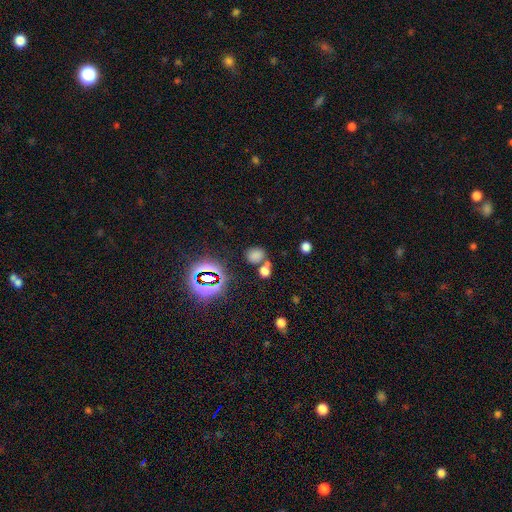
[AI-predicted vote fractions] A smooth galaxy with no disk features (65%) that is round (58%).

Vote fractions:
- Smooth or featured? smooth: 65% / star or artifact: 27% / featured or disk: 7%
- How rounded? round: 58% / in between: 40% / cigar-shaped: 2%
- Merging? none: 57% / merger: 27% / minor disturbance: 10% / major disturbance: 5%